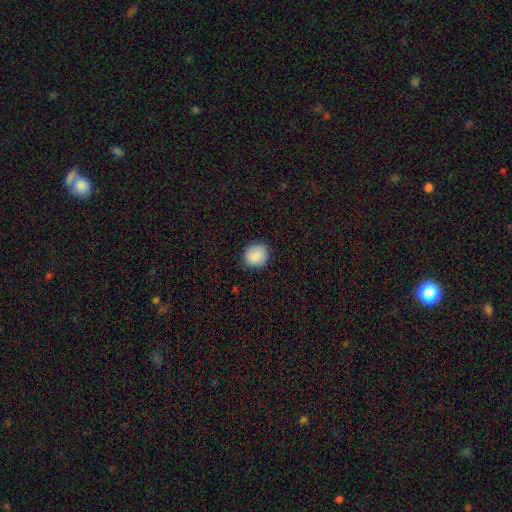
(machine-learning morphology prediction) smooth_or_featured: smooth (p=0.89) [alt: star or artifact p=0.08]
how_rounded: round (p=0.81) [alt: in between p=0.18]
merging: none (p=0.87) [alt: minor disturbance p=0.09]